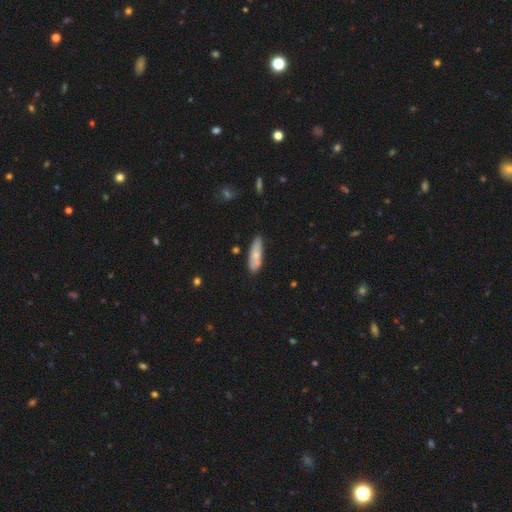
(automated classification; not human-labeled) Smooth or featured: smooth — 67% (featured or disk — 26%)
How rounded: cigar-shaped — 55% (in between — 43%)
Merging: none — 73% (minor disturbance — 19%)